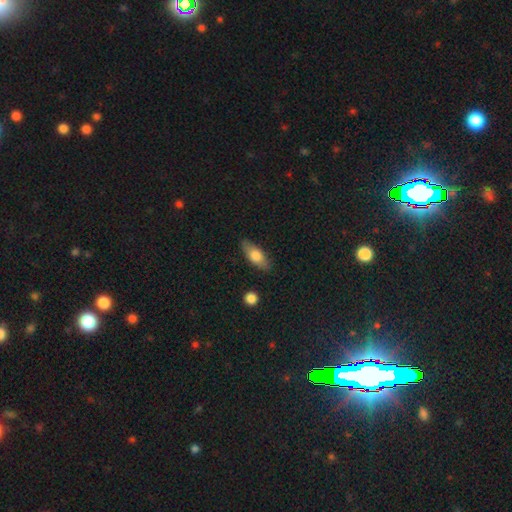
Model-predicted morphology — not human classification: type=smooth (68%); roundness=in between (74%); merging=none (83%).